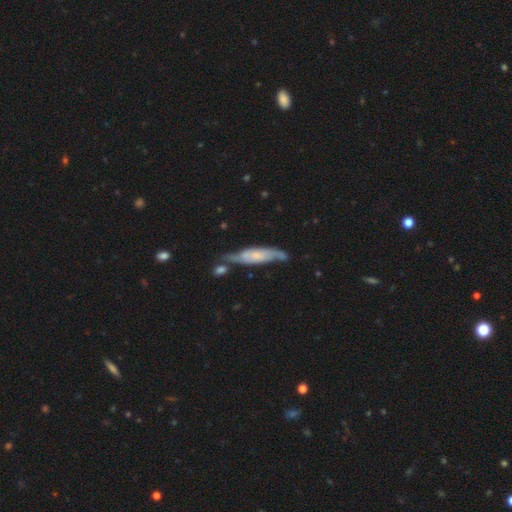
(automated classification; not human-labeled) smooth-or-featured: featured or disk: 64% | smooth: 29% | star or artifact: 7%
  disk-edge-on: no: 58% | yes: 42%
  merging: none: 58% | minor disturbance: 23% | merger: 10% | major disturbance: 8%